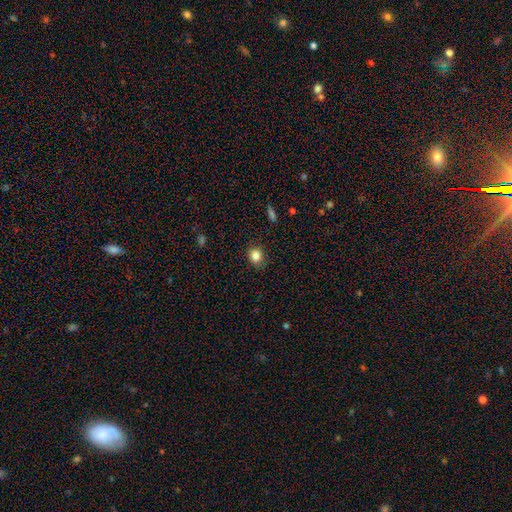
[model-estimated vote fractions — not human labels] The model was most divided on "how rounded": round: 70%, in between: 29%, cigar-shaped: 1%. More confident: smooth or featured — smooth (84%); merging — none (83%).